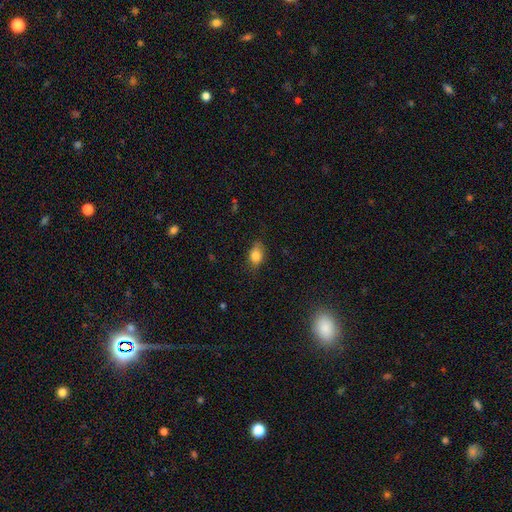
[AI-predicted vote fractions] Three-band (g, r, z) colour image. It shows a smooth galaxy with no disk features (83%) that is in between round and cigar-shaped (76%). Merging: none (76%).